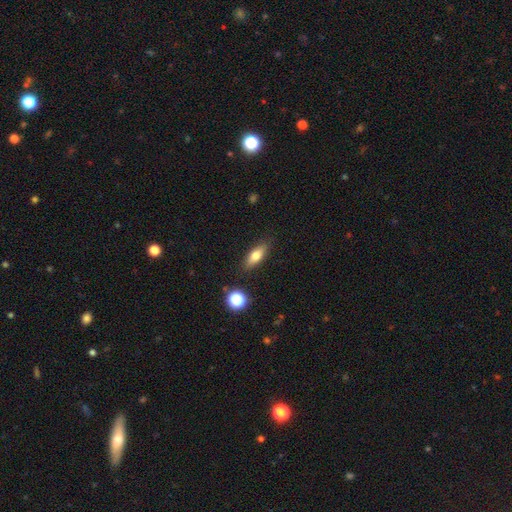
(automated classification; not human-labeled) Q: Smooth or featured?
A: smooth (71%); runner-up: featured or disk (20%)
Q: How rounded?
A: in between (66%); runner-up: cigar-shaped (29%)
Q: Merging?
A: none (85%); runner-up: minor disturbance (10%)